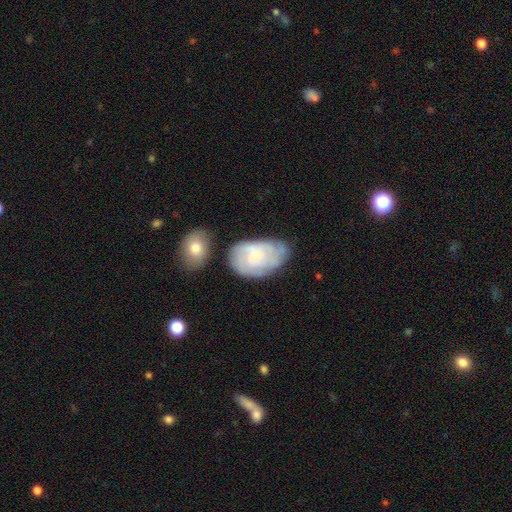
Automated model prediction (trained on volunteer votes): The model was most divided on "smooth or featured": featured or disk: 61%, smooth: 31%, star or artifact: 7%. More confident: edge-on disk — no (96%); spiral arms — yes (84%); bar — no (76%); bulge size — small (75%); merging — none (57%).